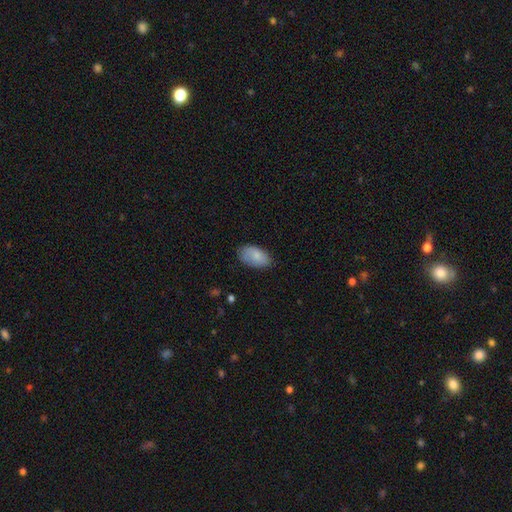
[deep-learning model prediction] This appears to be a smooth galaxy with no disk features (81%) that is in between round and cigar-shaped (94%). Merging: none (74%).